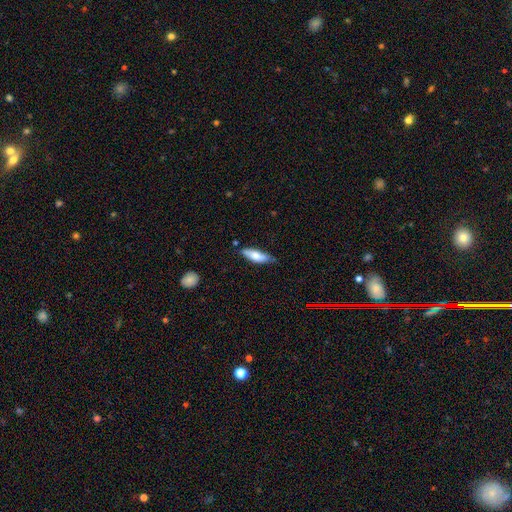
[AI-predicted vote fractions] The model was most divided on "how rounded": in between: 53%, cigar-shaped: 46%, round: 2%. More confident: smooth or featured — smooth (73%); merging — none (69%).